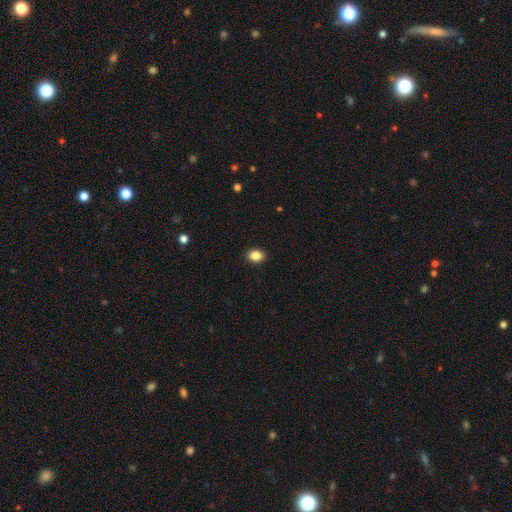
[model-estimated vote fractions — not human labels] Smooth or featured: smooth — 87% (star or artifact — 9%)
How rounded: in between — 67% (round — 32%)
Merging: none — 91% (minor disturbance — 7%)